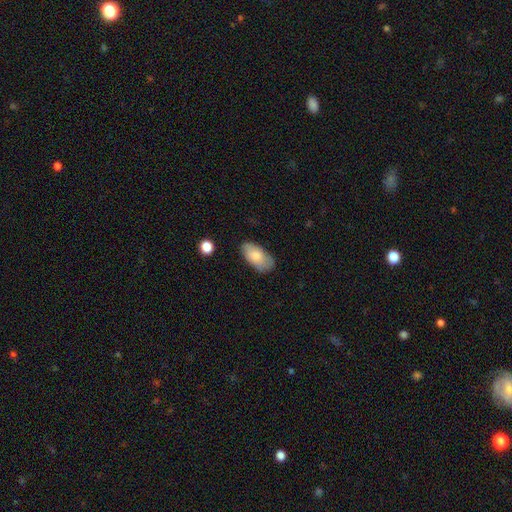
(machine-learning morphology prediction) This appears to be a smooth galaxy with no disk features (81%) that is in between round and cigar-shaped (94%). Merging: none (75%).